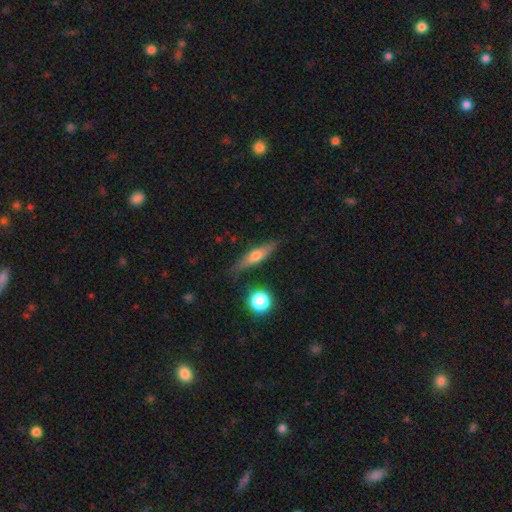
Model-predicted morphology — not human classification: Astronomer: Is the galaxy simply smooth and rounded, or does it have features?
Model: smooth — 48% (runner-up: featured or disk, 45%).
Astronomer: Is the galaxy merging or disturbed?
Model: none — 80%.